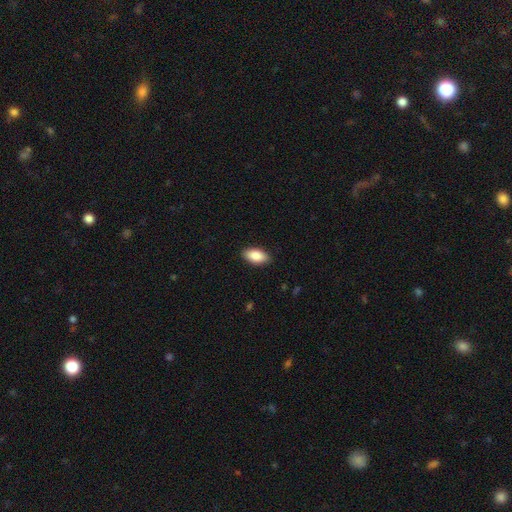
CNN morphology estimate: type=smooth (86%); roundness=in between (93%); merging=none (89%).